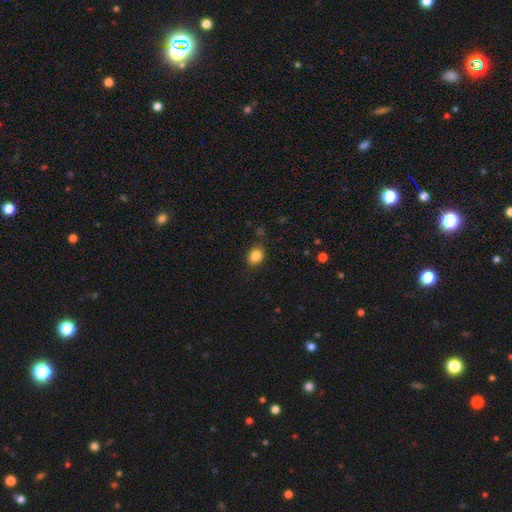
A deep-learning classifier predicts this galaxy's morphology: Overall: smooth (84%). How rounded: round (53%; in between 46%). Merging: none (80%).